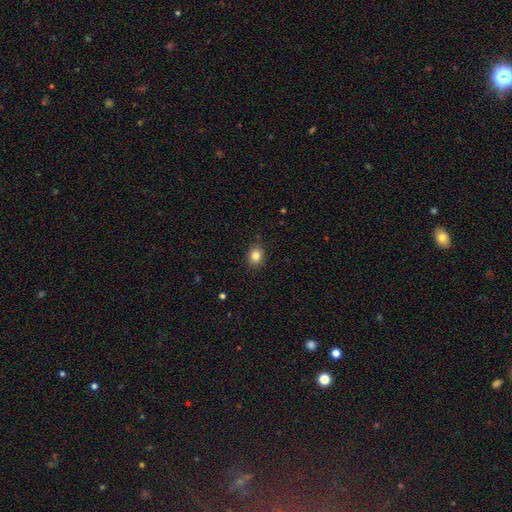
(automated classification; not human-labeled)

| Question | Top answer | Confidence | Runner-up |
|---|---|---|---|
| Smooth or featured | smooth | 84% | star or artifact (10%) |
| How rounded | round | 53% | in between (46%) |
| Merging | none | 87% | minor disturbance (10%) |